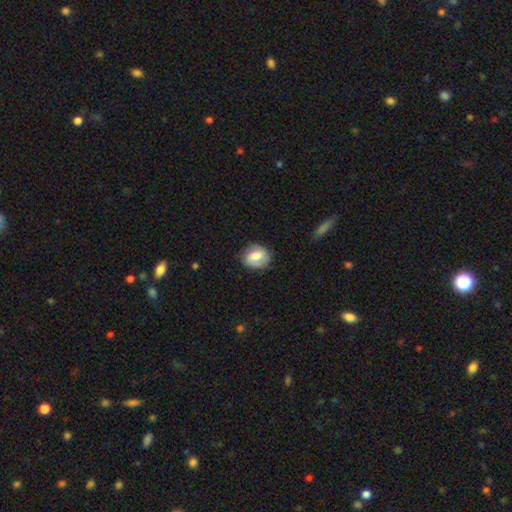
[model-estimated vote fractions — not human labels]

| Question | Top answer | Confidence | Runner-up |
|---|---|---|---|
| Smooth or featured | smooth | 66% | featured or disk (27%) |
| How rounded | round | 58% | in between (41%) |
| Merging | none | 78% | minor disturbance (17%) |